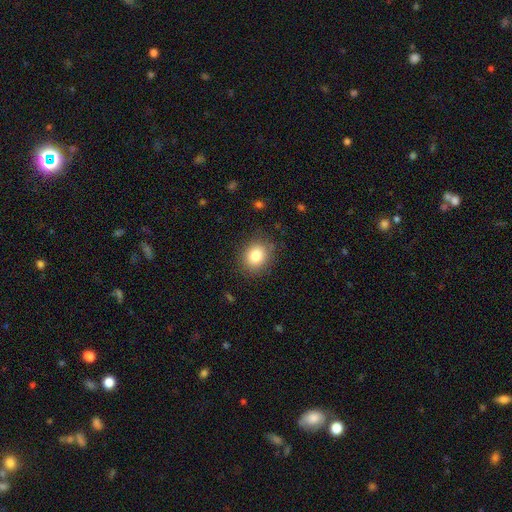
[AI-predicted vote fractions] Overall: smooth (82%). How rounded: round (66%; in between 33%). Merging: none (85%).